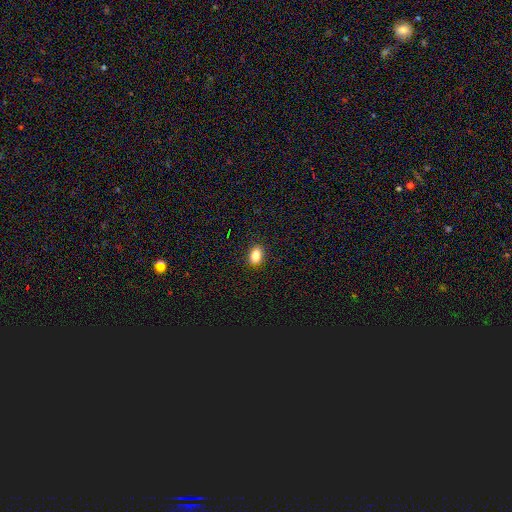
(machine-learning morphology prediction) Q: Smooth or featured?
A: smooth (85%); runner-up: star or artifact (9%)
Q: How rounded?
A: in between (83%); runner-up: round (15%)
Q: Merging?
A: none (90%); runner-up: minor disturbance (8%)